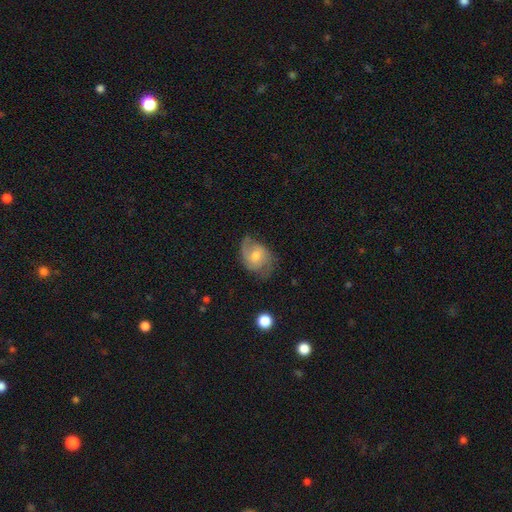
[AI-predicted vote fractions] A featured or disk galaxy (67%) with no bar (52%), 2 (74%) medium (46%) spiral arms (91%) and a moderate central bulge (55%). Merging: none (63%).